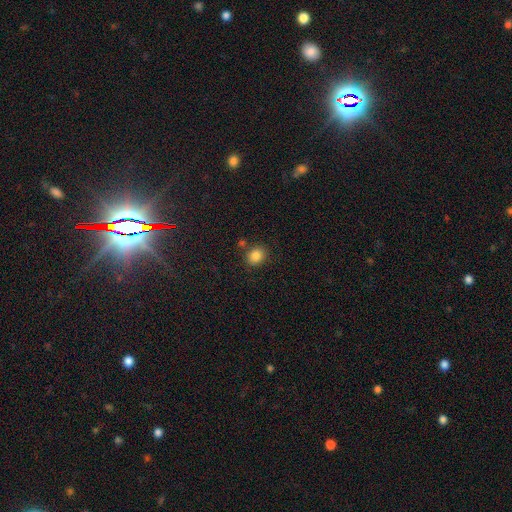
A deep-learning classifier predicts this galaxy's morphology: Q: Smooth or featured?
A: smooth (85%); runner-up: star or artifact (10%)
Q: How rounded?
A: round (61%); runner-up: in between (38%)
Q: Merging?
A: none (79%); runner-up: minor disturbance (11%)